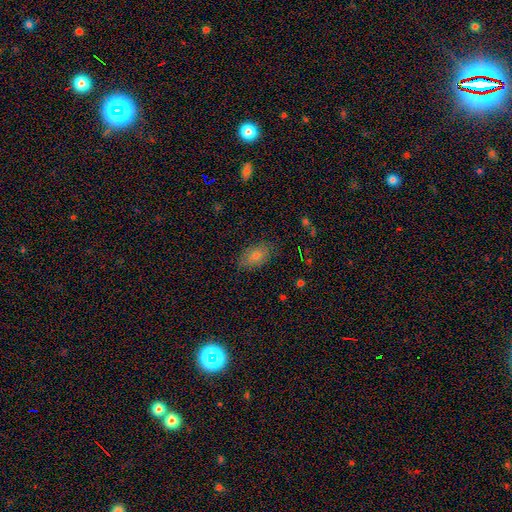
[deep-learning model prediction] Smooth or featured? Predicted: smooth (p=0.67). How rounded? Predicted: in between (p=0.88). Merging? Predicted: none (p=0.81).